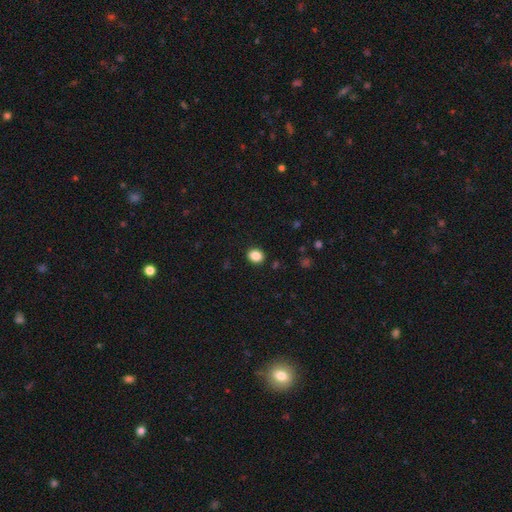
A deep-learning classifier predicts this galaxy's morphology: smooth-or-featured: smooth: 87% | star or artifact: 10% | featured or disk: 4%
  how-rounded: round: 56% | in between: 43% | cigar-shaped: 1%
  merging: none: 90% | minor disturbance: 7% | major disturbance: 2% | merger: 1%